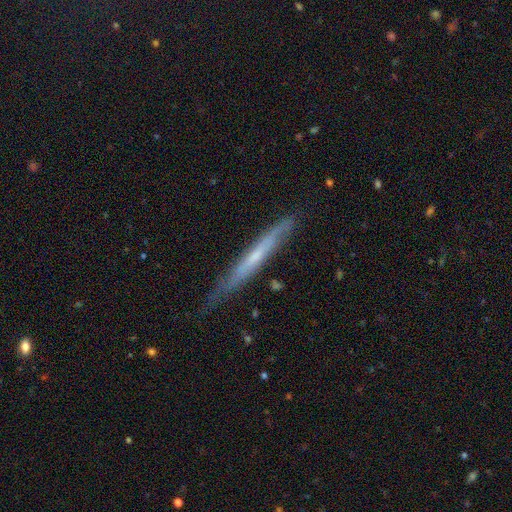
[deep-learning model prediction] Morphology: type=featured or disk (58%); edge-on=yes (88%); edge-on bulge=none (72%); merging=none (71%).